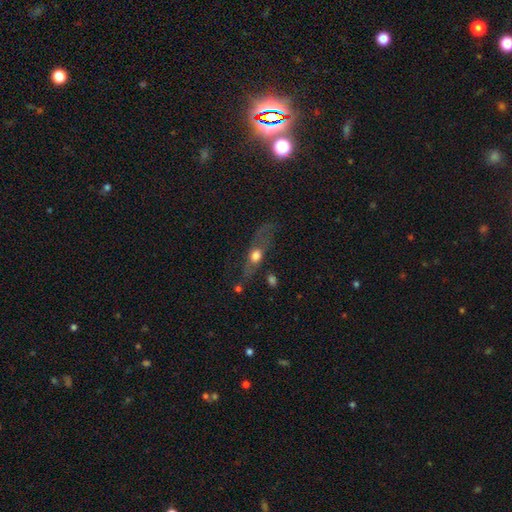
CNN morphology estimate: smooth-or-featured: smooth: 45% | featured or disk: 43% | star or artifact: 11%
  merging: none: 51% | minor disturbance: 21% | major disturbance: 20% | merger: 7%